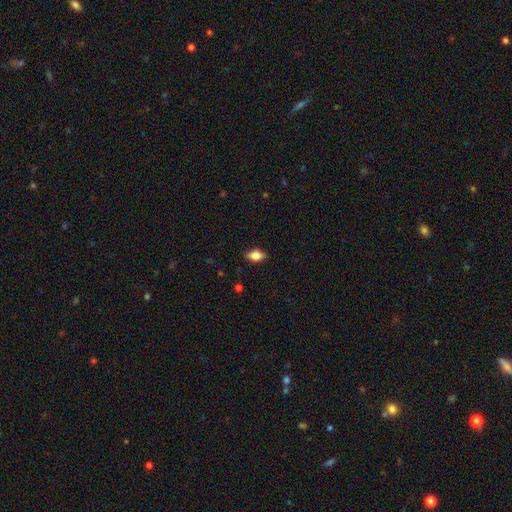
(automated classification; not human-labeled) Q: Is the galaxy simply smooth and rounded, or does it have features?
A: smooth — 67%.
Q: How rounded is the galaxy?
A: in between — 84%.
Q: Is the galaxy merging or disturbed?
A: none — 84%.